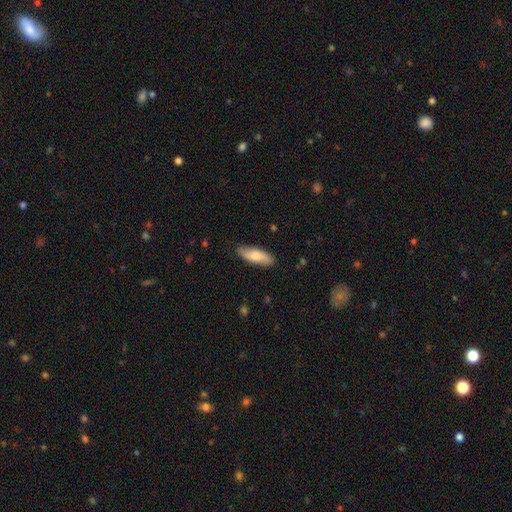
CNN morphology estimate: Smooth or featured? smooth (73%)
How rounded? in between (57%)
Merging? none (86%)